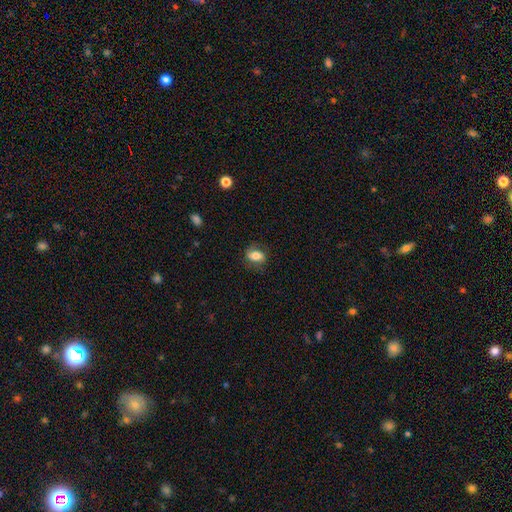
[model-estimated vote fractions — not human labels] Overall: smooth (67%). How rounded: in between (75%). Merging: none (75%).